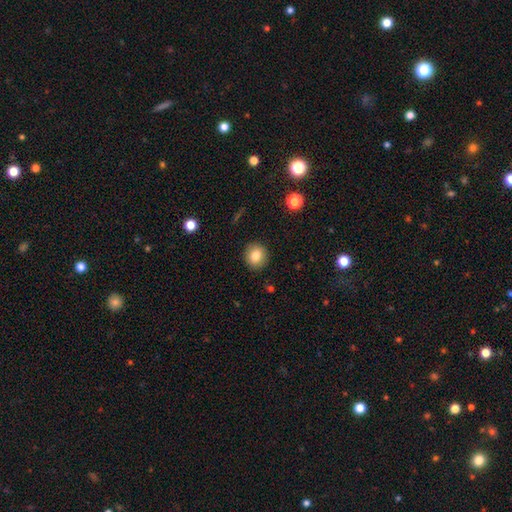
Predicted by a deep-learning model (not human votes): A smooth galaxy with no disk features (82%) that is round (88%).

Vote fractions:
- Smooth or featured? smooth: 82% / star or artifact: 10% / featured or disk: 8%
- How rounded? round: 88% / in between: 11% / cigar-shaped: 1%
- Merging? none: 91% / minor disturbance: 6% / major disturbance: 2% / merger: 1%